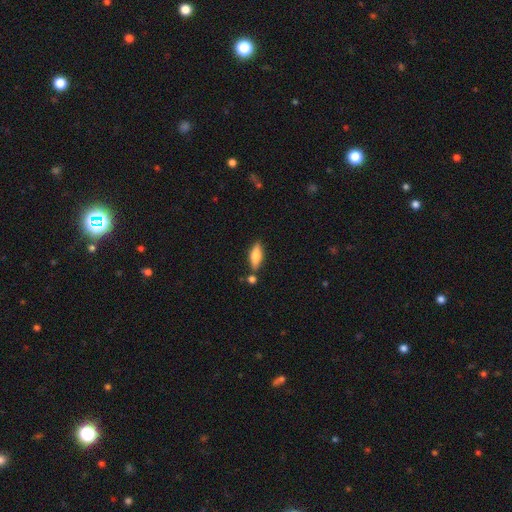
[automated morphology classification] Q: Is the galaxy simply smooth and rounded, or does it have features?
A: smooth — 75%.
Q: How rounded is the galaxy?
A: in between — 69%.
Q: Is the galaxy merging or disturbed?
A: none — 77%.